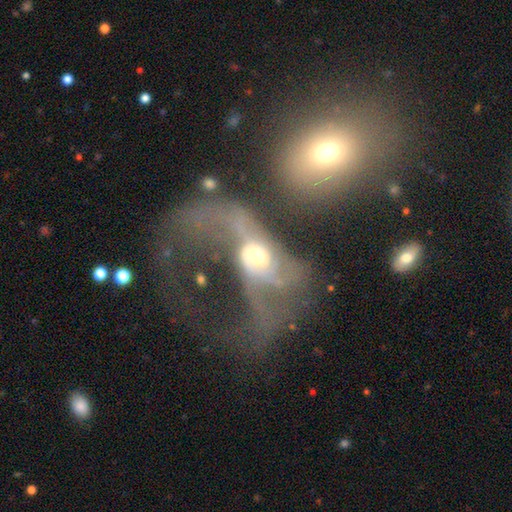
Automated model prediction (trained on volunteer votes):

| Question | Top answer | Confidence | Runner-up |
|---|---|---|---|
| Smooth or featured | featured or disk | 73% | smooth (18%) |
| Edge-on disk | no | 94% | yes (6%) |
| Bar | no | 62% | weak (28%) |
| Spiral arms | yes | 71% | no (29%) |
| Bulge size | moderate | 59% | small (25%) |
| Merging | major disturbance | 54% | merger (30%) |